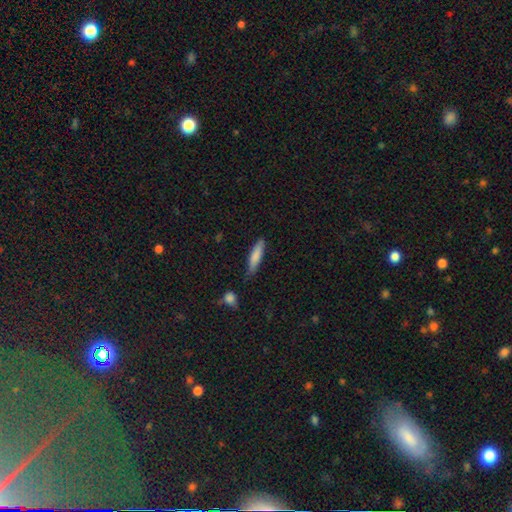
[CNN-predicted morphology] Smooth or featured? smooth (79%)
How rounded? cigar-shaped (79%)
Merging? none (77%)